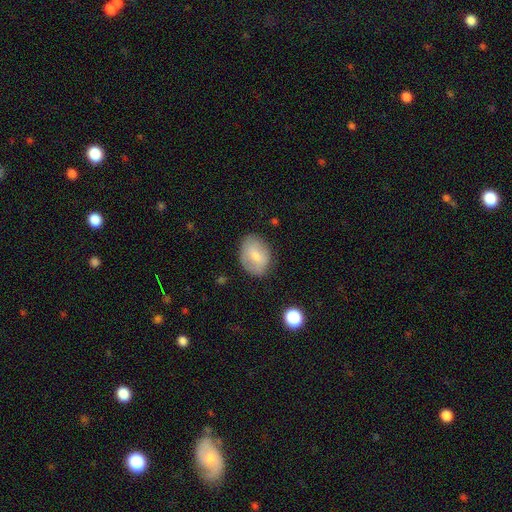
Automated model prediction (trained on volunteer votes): smooth_or_featured: smooth (p=0.72) [alt: featured or disk p=0.21]
how_rounded: in between (p=0.76) [alt: round p=0.23]
merging: none (p=0.75) [alt: minor disturbance p=0.19]